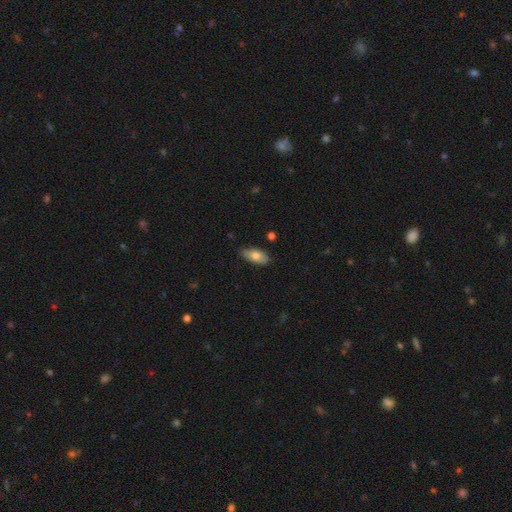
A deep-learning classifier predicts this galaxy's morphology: Q: Smooth or featured?
A: smooth (77%); runner-up: featured or disk (17%)
Q: How rounded?
A: in between (89%); runner-up: cigar-shaped (8%)
Q: Merging?
A: none (82%); runner-up: minor disturbance (15%)